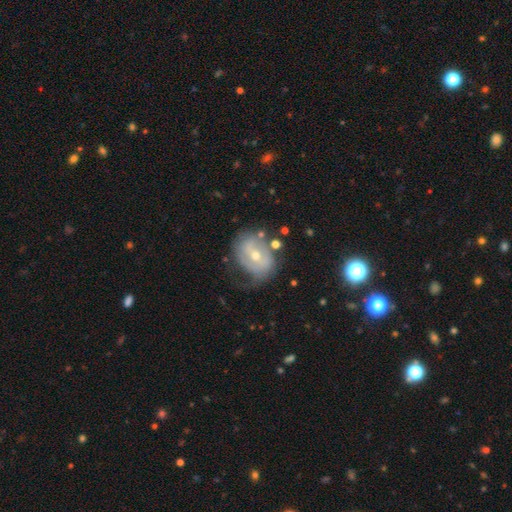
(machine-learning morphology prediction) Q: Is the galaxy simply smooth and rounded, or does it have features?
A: featured or disk — 64%.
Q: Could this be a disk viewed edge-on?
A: no — 95%.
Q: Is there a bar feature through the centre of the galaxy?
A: no — 40%, tied with weak.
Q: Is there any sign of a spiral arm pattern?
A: yes — 60%.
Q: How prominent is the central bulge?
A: moderate — 51%.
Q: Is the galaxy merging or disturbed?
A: none — 52%.